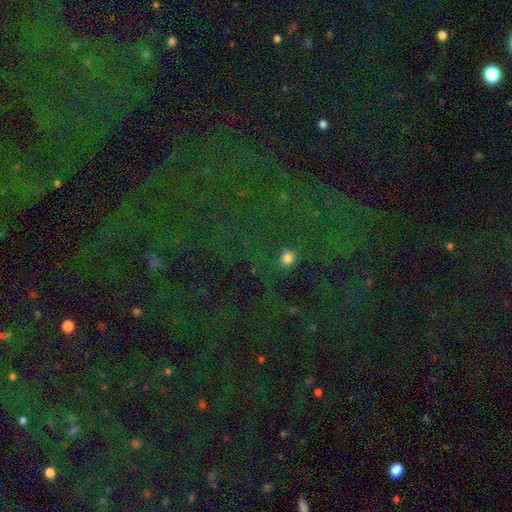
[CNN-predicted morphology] A star or artifact, not a galaxy (80%).